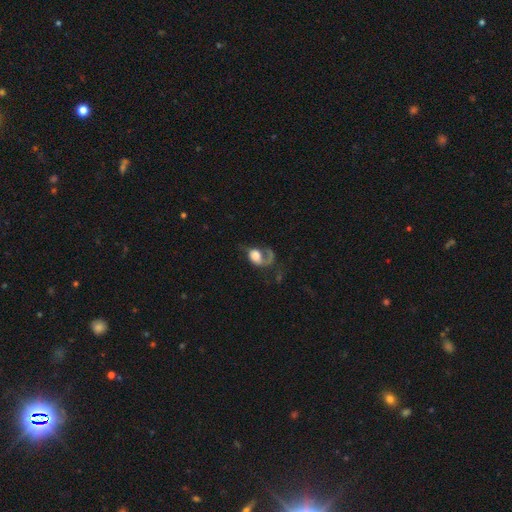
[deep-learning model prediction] Smooth or featured? featured or disk (50%)
Edge-on disk? no (96%)
Merging? major disturbance (56%)